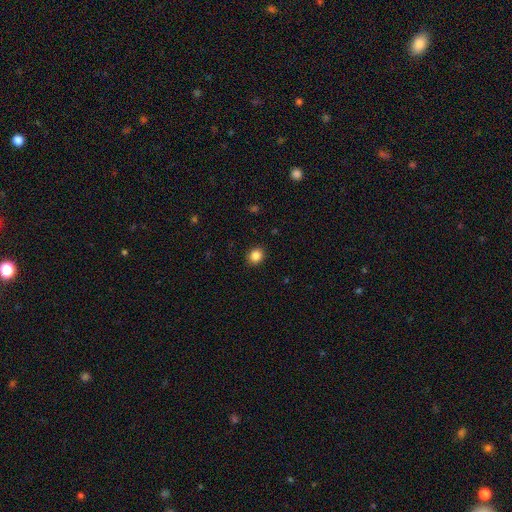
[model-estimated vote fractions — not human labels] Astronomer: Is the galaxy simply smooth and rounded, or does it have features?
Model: smooth — 85%.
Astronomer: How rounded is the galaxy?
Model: round — 76%.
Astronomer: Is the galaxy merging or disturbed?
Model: none — 91%.